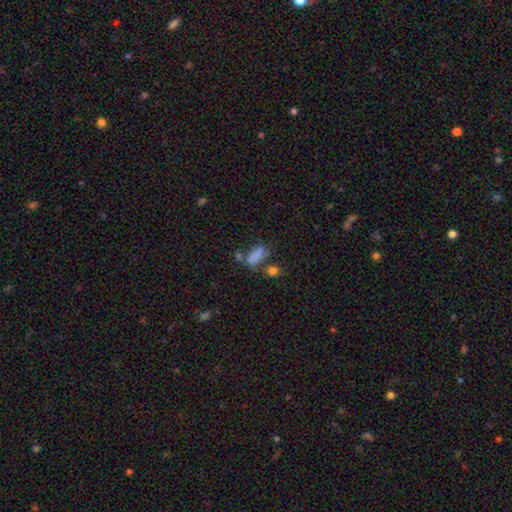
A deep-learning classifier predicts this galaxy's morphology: The model was most divided on "merging": none: 47%, merger: 24%, minor disturbance: 18%, major disturbance: 12%. More confident: how rounded — in between (82%); smooth or featured — smooth (79%).